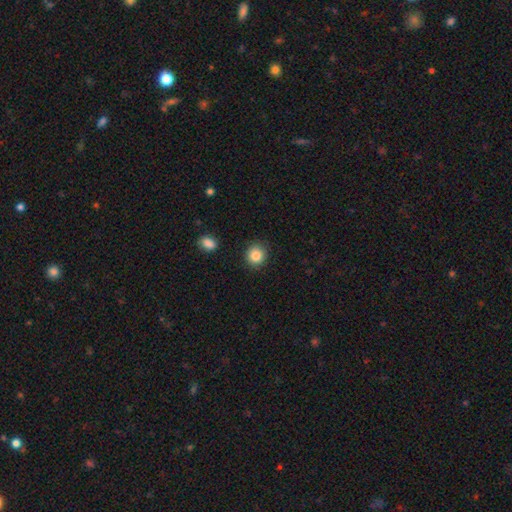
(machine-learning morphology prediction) Smooth or featured? Predicted: smooth (p=0.85). How rounded? Predicted: round (p=0.88). Merging? Predicted: none (p=0.89).